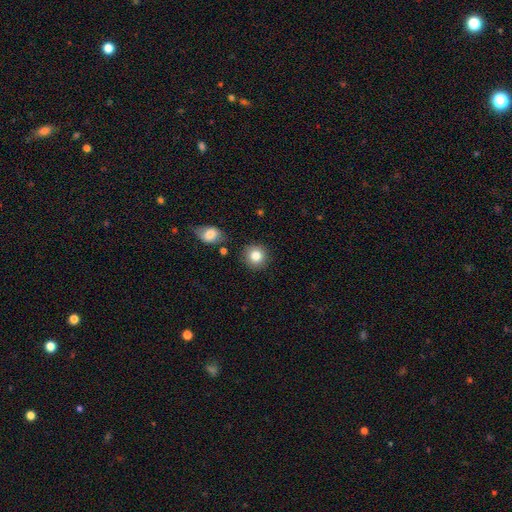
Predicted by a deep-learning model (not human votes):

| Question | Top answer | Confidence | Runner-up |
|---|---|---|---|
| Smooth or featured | smooth | 84% | star or artifact (9%) |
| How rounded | round | 90% | in between (9%) |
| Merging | none | 86% | minor disturbance (8%) |